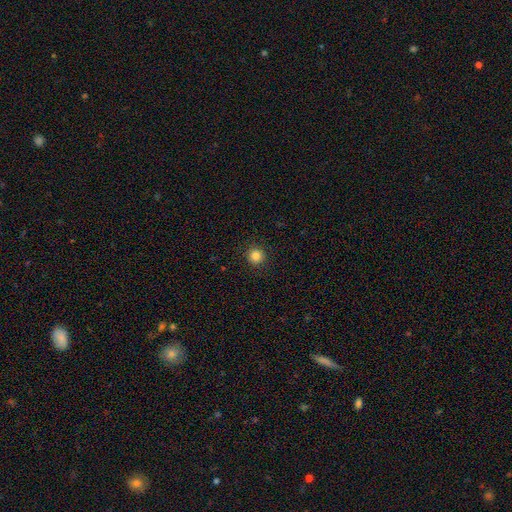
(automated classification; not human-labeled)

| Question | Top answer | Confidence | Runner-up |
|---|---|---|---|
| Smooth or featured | smooth | 84% | star or artifact (12%) |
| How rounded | round | 95% | in between (4%) |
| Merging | none | 92% | minor disturbance (5%) |